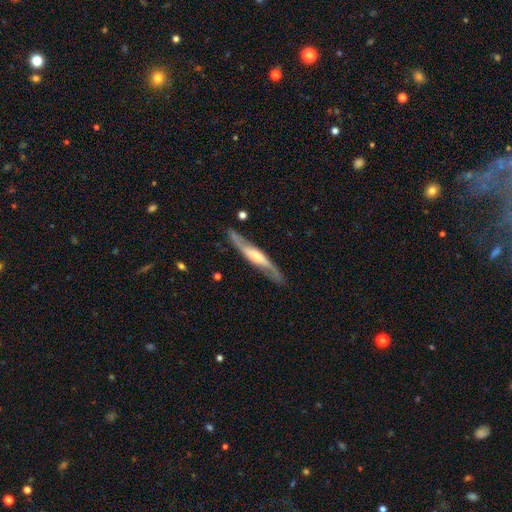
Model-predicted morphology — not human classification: smooth_or_featured: featured or disk (p=0.76) [alt: smooth p=0.19]
disk_edge_on: yes (p=0.54) [alt: no p=0.46]
merging: none (p=0.81) [alt: minor disturbance p=0.13]